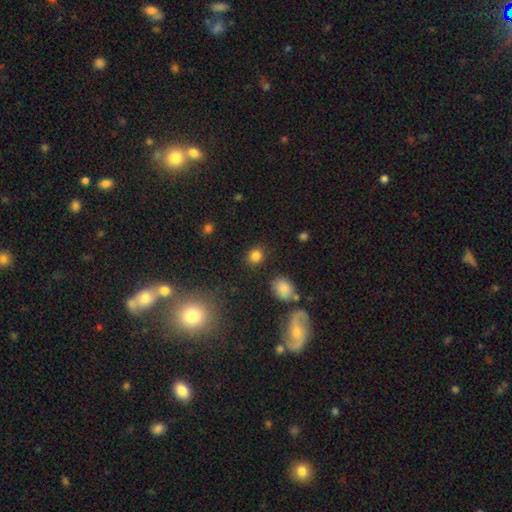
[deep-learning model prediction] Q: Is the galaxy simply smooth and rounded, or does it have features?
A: smooth — 83%.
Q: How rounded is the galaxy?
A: round — 76%.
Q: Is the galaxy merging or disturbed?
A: none — 85%.